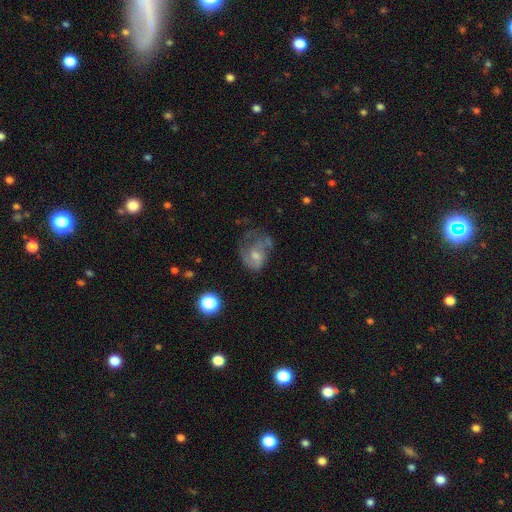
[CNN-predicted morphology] featured or disk 60%, smooth 26%, star or artifact 13%. Down the decision tree: edge-on disk — no (97%); bar — no (66%); spiral arms — yes (67%); bulge size — moderate (45%); merging — none (36%).